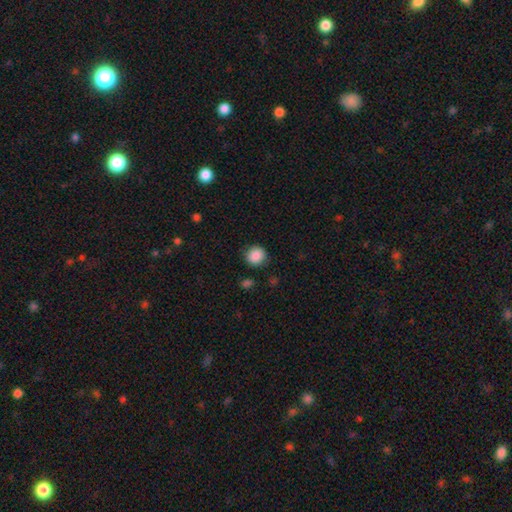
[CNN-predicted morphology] smooth-or-featured: smooth: 88% | star or artifact: 9% | featured or disk: 3%
  how-rounded: round: 90% | in between: 9% | cigar-shaped: 1%
  merging: none: 87% | minor disturbance: 9% | major disturbance: 3% | merger: 2%